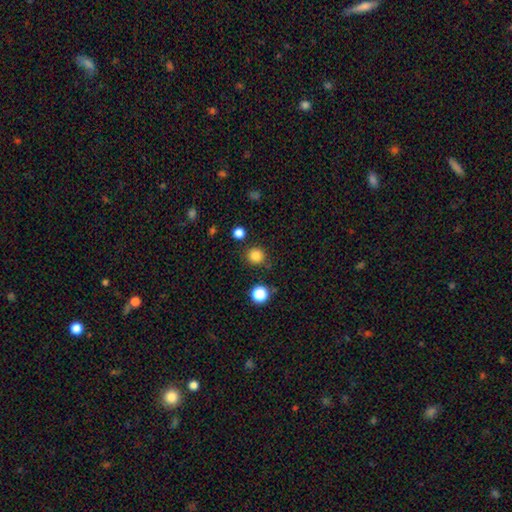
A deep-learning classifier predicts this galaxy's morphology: Smooth or featured: smooth — 84% (star or artifact — 13%)
How rounded: round — 91% (in between — 8%)
Merging: none — 86% (minor disturbance — 8%)